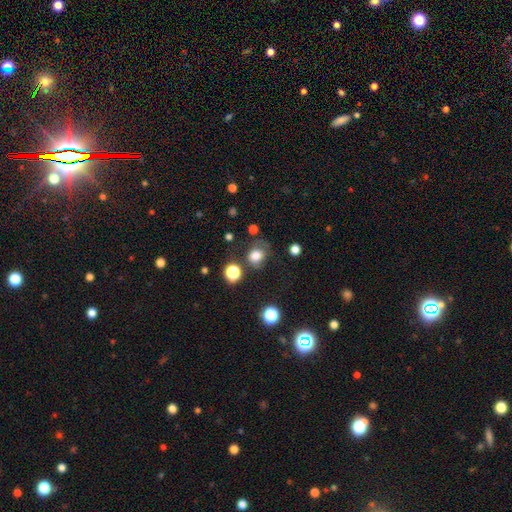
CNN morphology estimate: type=smooth (76%); roundness=round (69%); merging=none (59%).